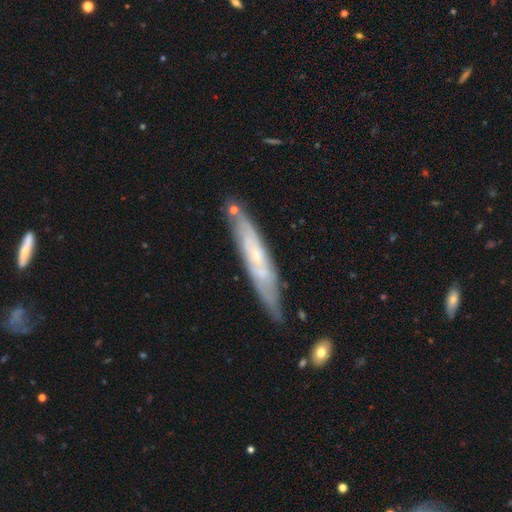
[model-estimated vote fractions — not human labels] Overall: featured or disk (61%; smooth 33%). Edge-on disk: yes (62%; no 38%). Merging: none (76%).